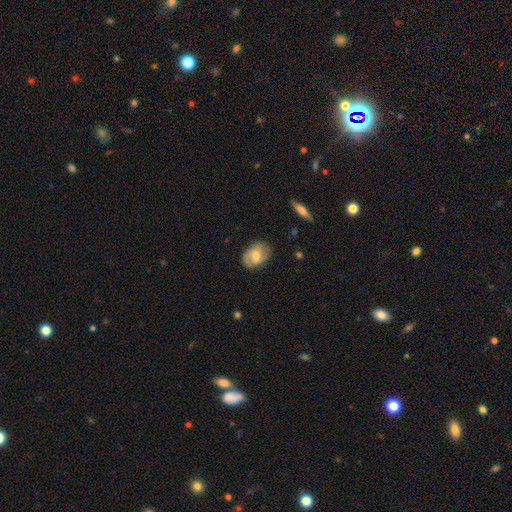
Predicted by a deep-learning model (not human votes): smooth 50%, featured or disk 43%, star or artifact 7%. Down the decision tree: merging — none (78%).